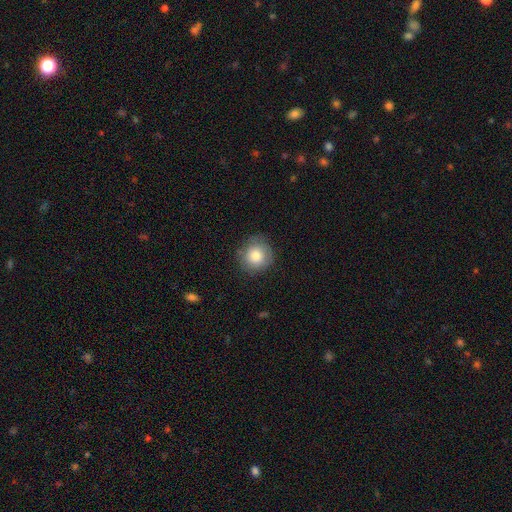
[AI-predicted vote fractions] smooth-or-featured: smooth: 79% | featured or disk: 12% | star or artifact: 9%
  how-rounded: round: 92% | in between: 7% | cigar-shaped: 1%
  merging: none: 80% | minor disturbance: 15% | major disturbance: 4% | merger: 1%